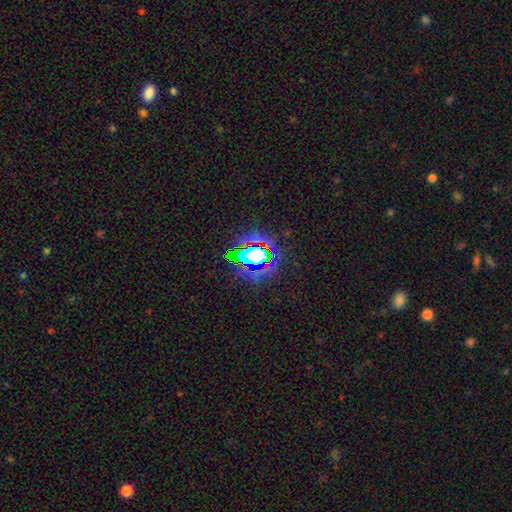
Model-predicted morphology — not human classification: Smooth or featured: star or artifact — 66% (smooth — 21%)